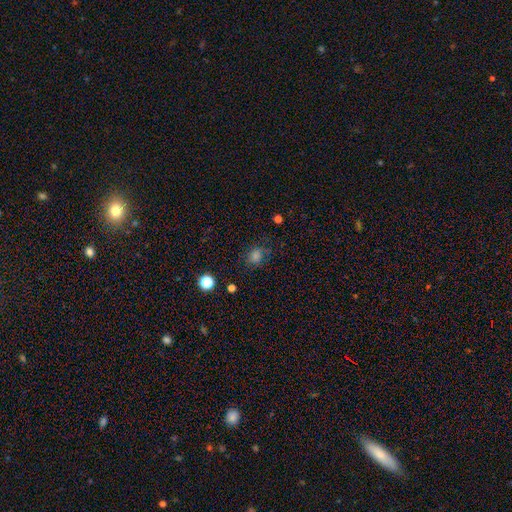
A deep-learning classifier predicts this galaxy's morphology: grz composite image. It shows a smooth galaxy with no disk features (65%) that is round (64%). Merging: none (69%).